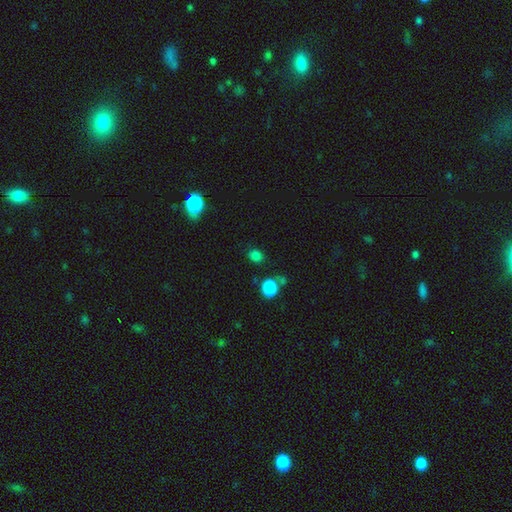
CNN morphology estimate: This appears to be a smooth galaxy with no disk features (82%) that is round (58%). Merging: none (76%).